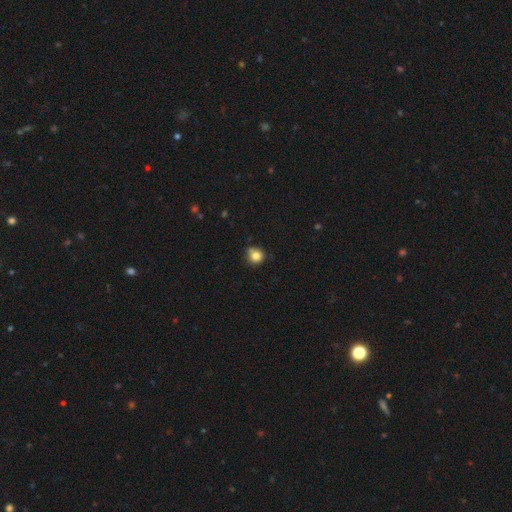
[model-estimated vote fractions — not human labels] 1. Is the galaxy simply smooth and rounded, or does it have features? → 82% smooth, 11% star or artifact, 6% featured or disk.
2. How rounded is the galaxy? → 90% round, 9% in between, 1% cigar-shaped.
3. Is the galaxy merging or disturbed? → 75% none, 18% minor disturbance, 4% merger, 3% major disturbance.